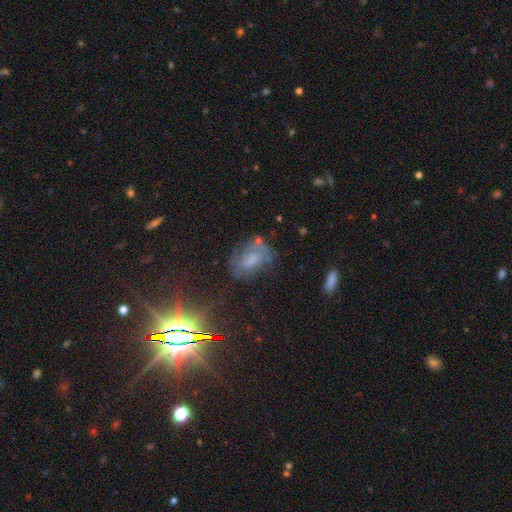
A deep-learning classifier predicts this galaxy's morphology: This is possibly a featured or disk galaxy (46%). Merging: possibly none (55%).